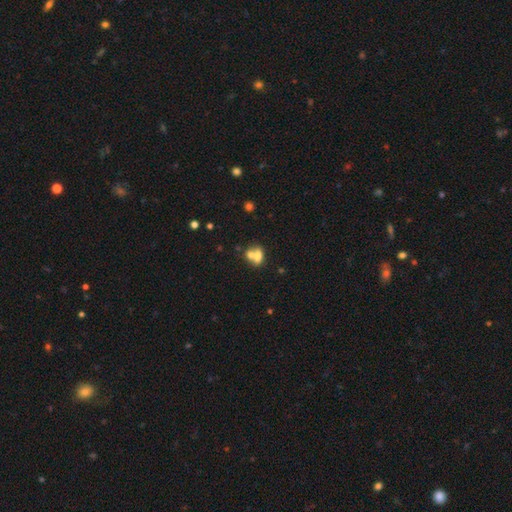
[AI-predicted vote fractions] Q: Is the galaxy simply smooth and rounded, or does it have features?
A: smooth — 66%.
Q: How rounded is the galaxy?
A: in between — 65%.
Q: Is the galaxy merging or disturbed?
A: merger — 59%.